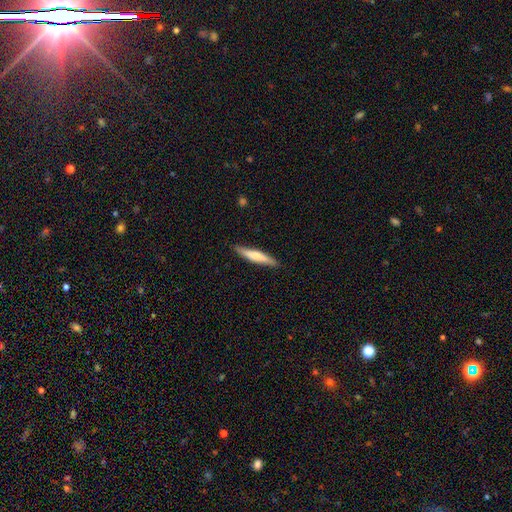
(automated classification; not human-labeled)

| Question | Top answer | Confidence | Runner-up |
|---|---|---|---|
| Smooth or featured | smooth | 61% | featured or disk (34%) |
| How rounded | cigar-shaped | 90% | in between (8%) |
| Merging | none | 89% | minor disturbance (8%) |